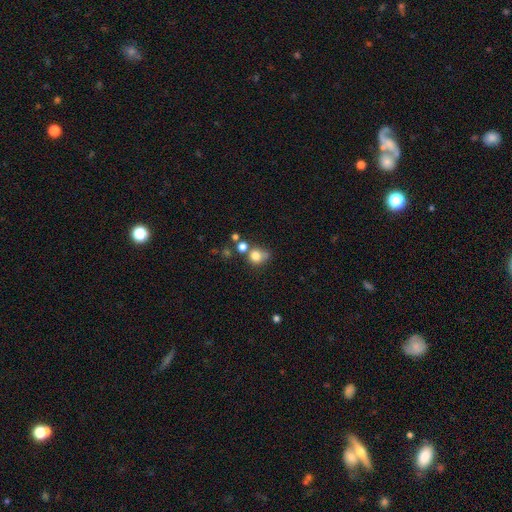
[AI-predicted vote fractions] This is likely a smooth galaxy (78%). How rounded: likely round (75%). Merging: possibly none (47%).